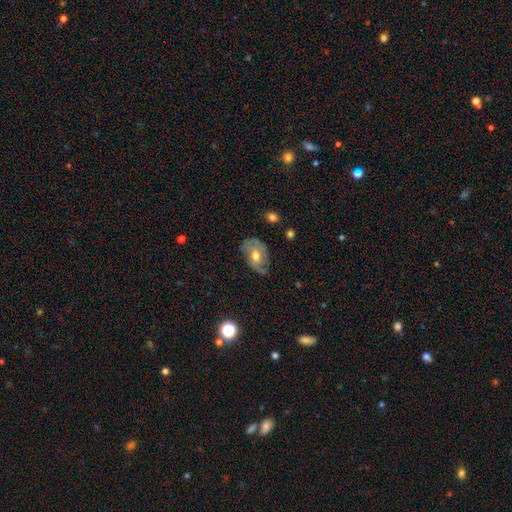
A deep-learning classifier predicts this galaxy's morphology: Overall: featured or disk (69%). Edge-on disk: no (95%). Bar: no (59%; weak 34%). Spiral arms: yes (83%). Spiral arm count: 2 (55%; can't tell 23%). Spiral winding: medium (43%; tight 39%). Bulge size: moderate (74%). Merging: none (63%; minor disturbance 25%).